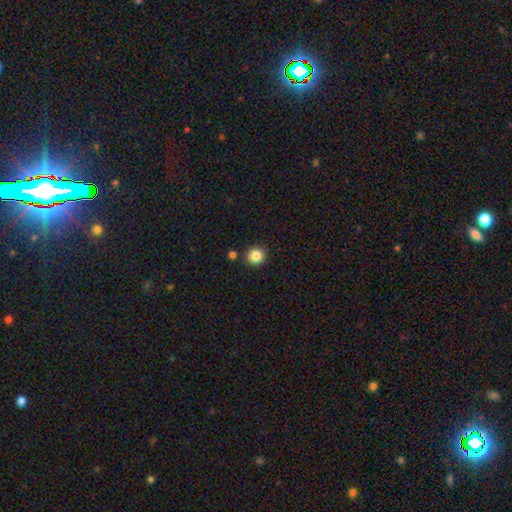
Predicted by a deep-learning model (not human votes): smooth-or-featured: smooth: 85% | star or artifact: 11% | featured or disk: 4%
  how-rounded: round: 92% | in between: 7% | cigar-shaped: 1%
  merging: none: 88% | minor disturbance: 6% | merger: 4% | major disturbance: 2%